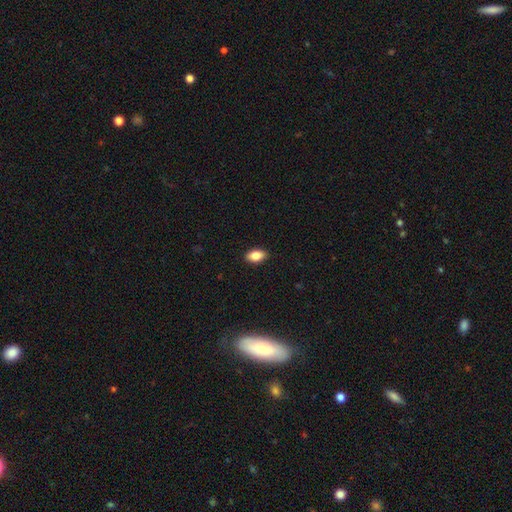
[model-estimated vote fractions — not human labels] The model was most divided on "smooth or featured": smooth: 84%, star or artifact: 8%, featured or disk: 8%. More confident: how rounded — in between (90%); merging — none (90%).